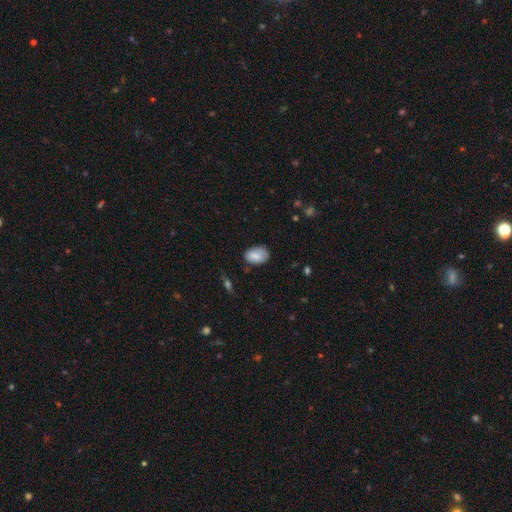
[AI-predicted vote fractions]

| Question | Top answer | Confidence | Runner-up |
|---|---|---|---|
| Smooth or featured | smooth | 80% | featured or disk (12%) |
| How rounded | in between | 87% | round (11%) |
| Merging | none | 66% | minor disturbance (26%) |